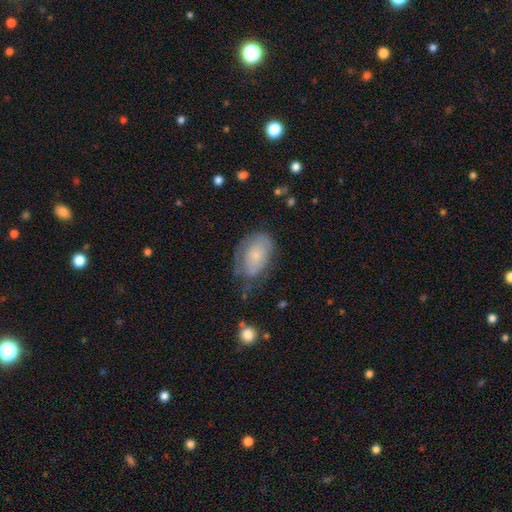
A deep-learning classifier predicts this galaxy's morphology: Smooth or featured: smooth — 54% (featured or disk — 39%)
How rounded: in between — 88% (round — 10%)
Merging: none — 40% (minor disturbance — 34%)